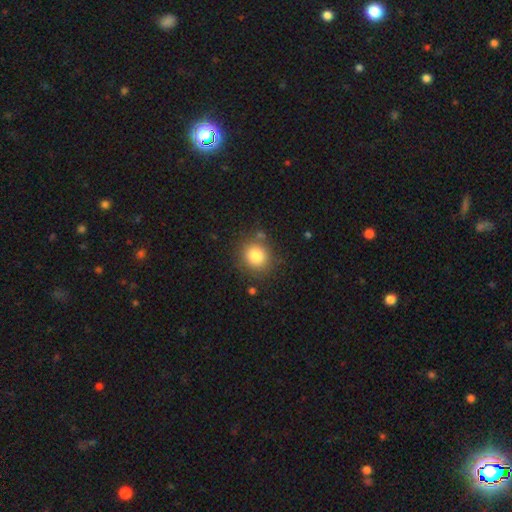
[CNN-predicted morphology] Smooth or featured? Predicted: smooth (p=0.82). How rounded? Predicted: round (p=0.86). Merging? Predicted: none (p=0.83).